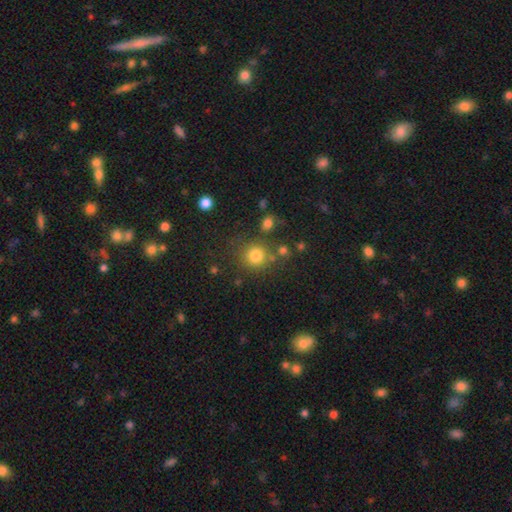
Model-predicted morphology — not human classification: A smooth galaxy with no disk features (80%) that is round (91%).

Vote fractions:
- Smooth or featured? smooth: 80% / star or artifact: 14% / featured or disk: 6%
- How rounded? round: 91% / in between: 9% / cigar-shaped: 1%
- Merging? none: 76% / minor disturbance: 10% / merger: 9% / major disturbance: 5%